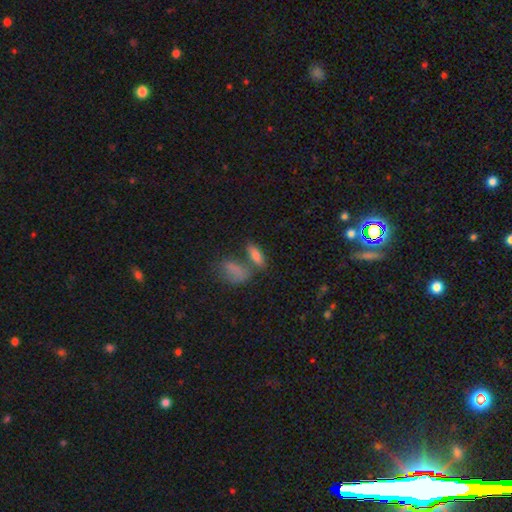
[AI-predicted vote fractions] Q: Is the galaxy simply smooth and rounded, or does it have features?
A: smooth — 76%.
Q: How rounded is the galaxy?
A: in between — 70%.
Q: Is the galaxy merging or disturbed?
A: none — 47%.